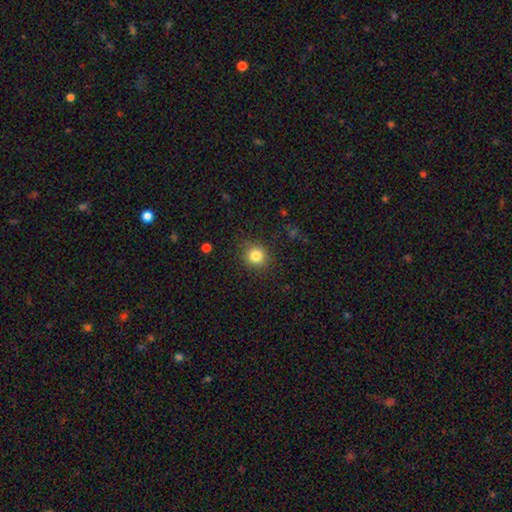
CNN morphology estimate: Overall: smooth (83%). How rounded: round (88%). Merging: none (87%).